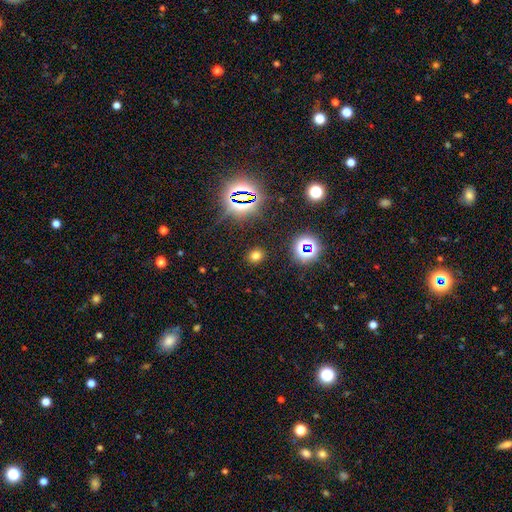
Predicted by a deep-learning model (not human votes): Smooth or featured? Predicted: smooth (p=0.67). How rounded? Predicted: round (p=0.75). Merging? Predicted: none (p=0.89).